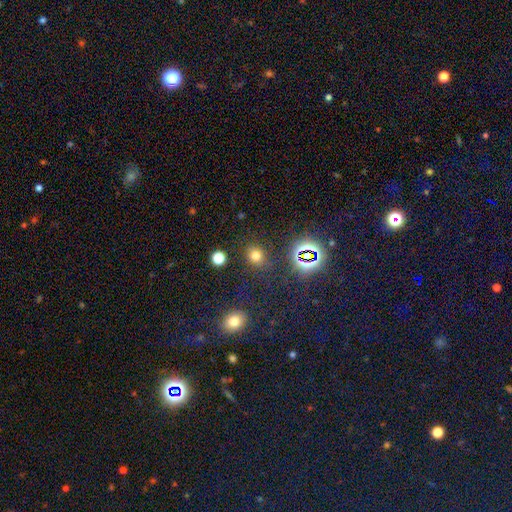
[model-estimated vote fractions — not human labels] Q: Smooth or featured?
A: smooth (70%); runner-up: star or artifact (23%)
Q: How rounded?
A: round (74%); runner-up: in between (25%)
Q: Merging?
A: none (84%); runner-up: minor disturbance (9%)